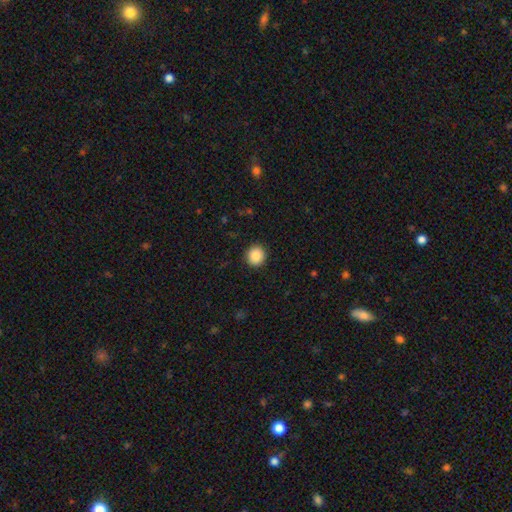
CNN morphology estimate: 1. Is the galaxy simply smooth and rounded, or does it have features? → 88% smooth, 9% star or artifact, 3% featured or disk.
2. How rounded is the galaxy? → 91% round, 8% in between, 1% cigar-shaped.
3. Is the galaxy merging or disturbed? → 92% none, 6% minor disturbance, 2% major disturbance, 1% merger.